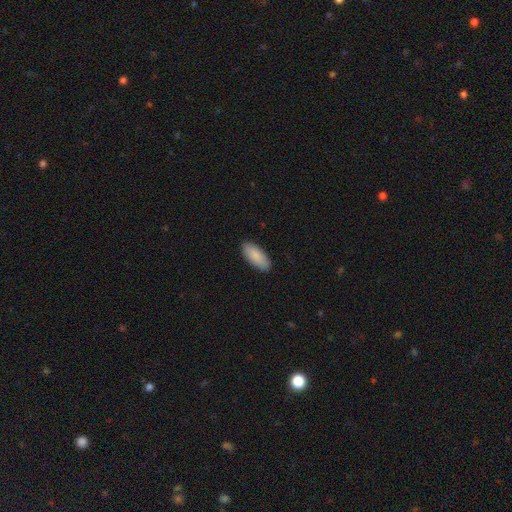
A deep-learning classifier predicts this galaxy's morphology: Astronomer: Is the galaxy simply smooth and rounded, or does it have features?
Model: smooth — 89%.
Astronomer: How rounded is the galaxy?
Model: in between — 87%.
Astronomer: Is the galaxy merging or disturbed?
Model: none — 89%.